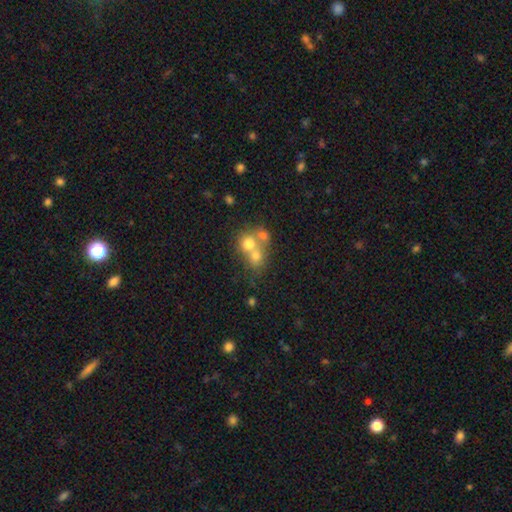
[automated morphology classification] This appears to be a smooth galaxy with no disk features (64%) that is round (75%). Merging: merger (61%).